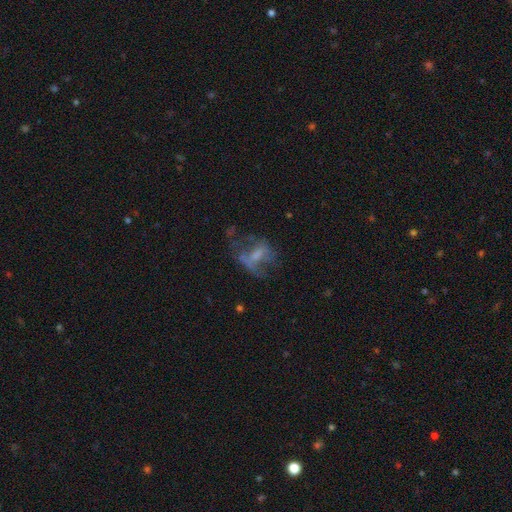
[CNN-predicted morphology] Smooth or featured? featured or disk (55%)
Edge-on disk? no (95%)
Bar? no (47%)
Spiral arms? no (64%)
Bulge size? none (36%)
Merging? major disturbance (41%)